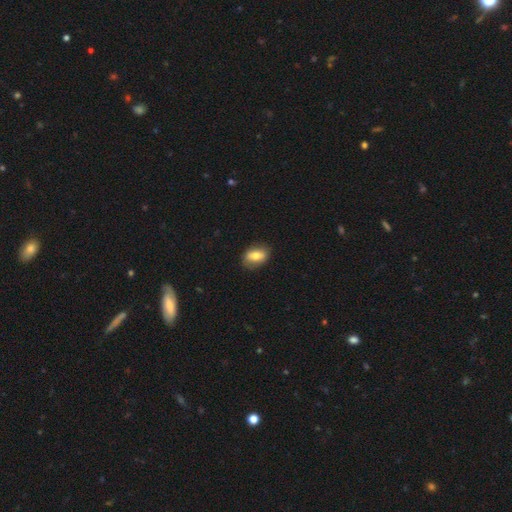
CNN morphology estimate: type=smooth (71%); roundness=in between (81%); merging=none (83%).